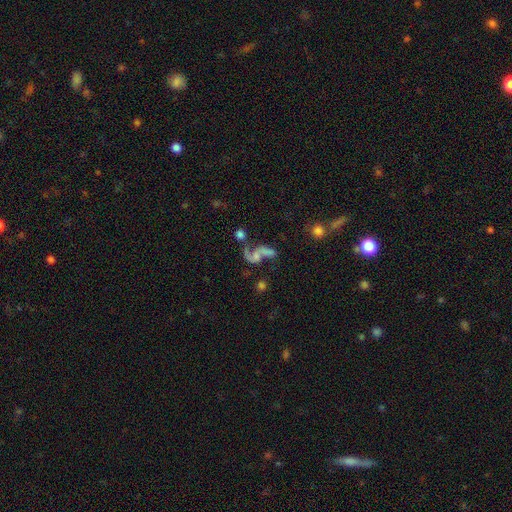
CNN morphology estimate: smooth-or-featured: featured or disk: 76% | smooth: 13% | star or artifact: 11%
  disk-edge-on: no: 97% | yes: 3%
    bar: no: 56% | weak: 32% | strong: 11%
    has-spiral-arms: yes: 89% | no: 11%
      spiral-winding: loose: 78% | medium: 17% | tight: 4%
      spiral-arm-count: 2: 82% | 1: 13% | can't tell: 2% | 3: 1% | 4: 1% | more than 4: 1%
    bulge-size: small: 38% | none: 34% | moderate: 22% | large: 4% | dominant: 2%
  merging: none: 40% | merger: 23% | major disturbance: 22% | minor disturbance: 15%